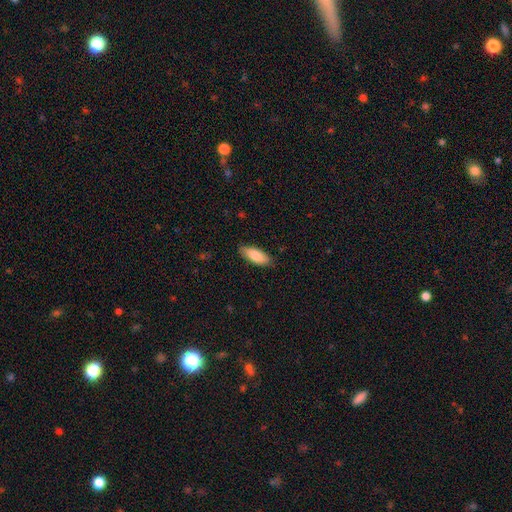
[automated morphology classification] Q: Smooth or featured?
A: smooth (85%); runner-up: featured or disk (10%)
Q: How rounded?
A: in between (75%); runner-up: cigar-shaped (23%)
Q: Merging?
A: none (86%); runner-up: minor disturbance (11%)